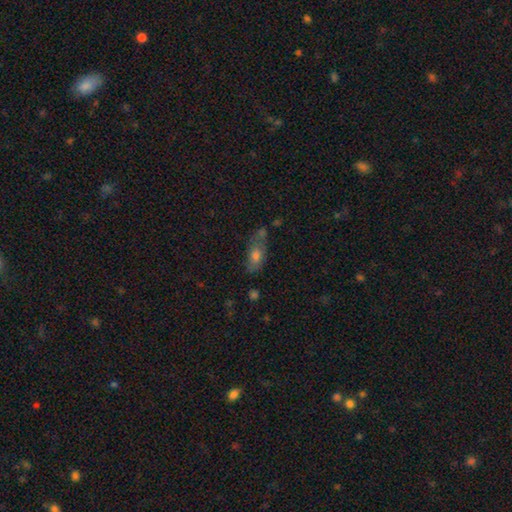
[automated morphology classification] The model was most divided on "merging": none: 50%, minor disturbance: 25%, merger: 16%, major disturbance: 10%. More confident: how rounded — in between (77%); smooth or featured — smooth (65%).